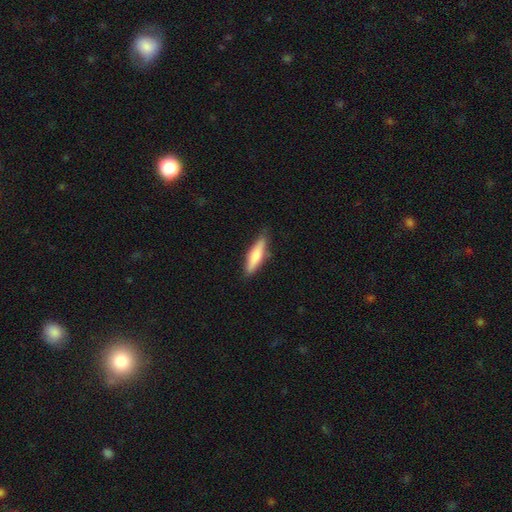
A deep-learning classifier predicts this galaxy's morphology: Smooth or featured? smooth (76%)
How rounded? cigar-shaped (72%)
Merging? none (83%)